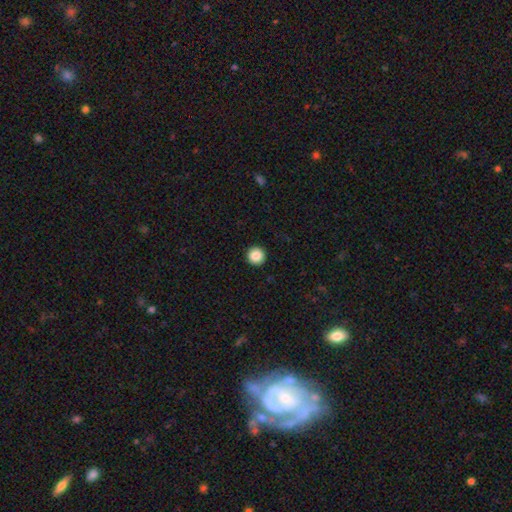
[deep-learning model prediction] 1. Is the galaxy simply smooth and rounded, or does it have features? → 87% smooth, 9% star or artifact, 4% featured or disk.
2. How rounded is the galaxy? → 96% round, 3% in between, 1% cigar-shaped.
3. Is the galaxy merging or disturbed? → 94% none, 4% minor disturbance, 1% major disturbance, 1% merger.